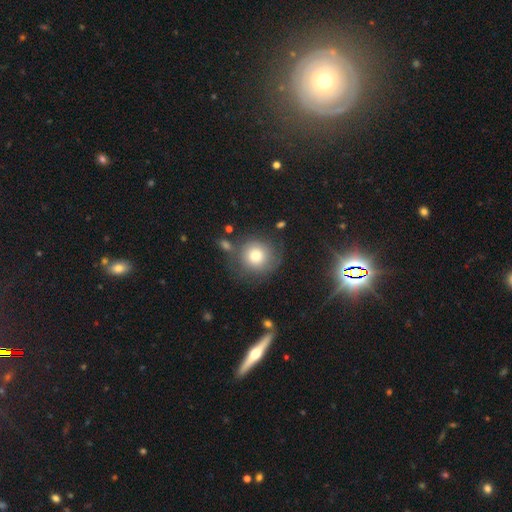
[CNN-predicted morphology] smooth-or-featured: smooth: 73% | featured or disk: 18% | star or artifact: 9%
  how-rounded: round: 91% | in between: 8% | cigar-shaped: 1%
  merging: none: 68% | minor disturbance: 16% | major disturbance: 9% | merger: 7%